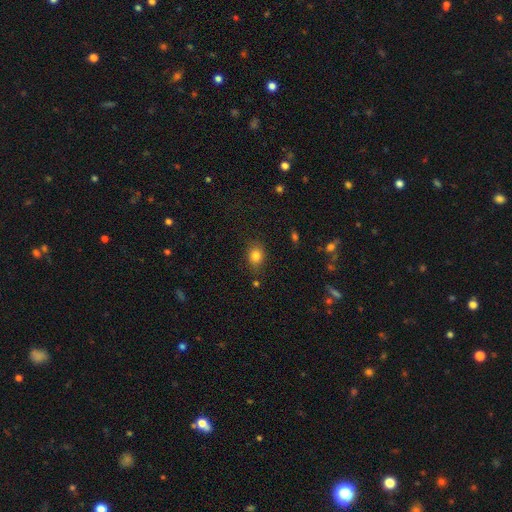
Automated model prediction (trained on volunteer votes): Smooth or featured?
  - smooth: 81% *
  - star or artifact: 12%
  - featured or disk: 7%
How rounded?
  - round: 55% *
  - in between: 44%
  - cigar-shaped: 1%
Merging?
  - none: 79% *
  - minor disturbance: 15%
  - major disturbance: 4%
  - merger: 2%